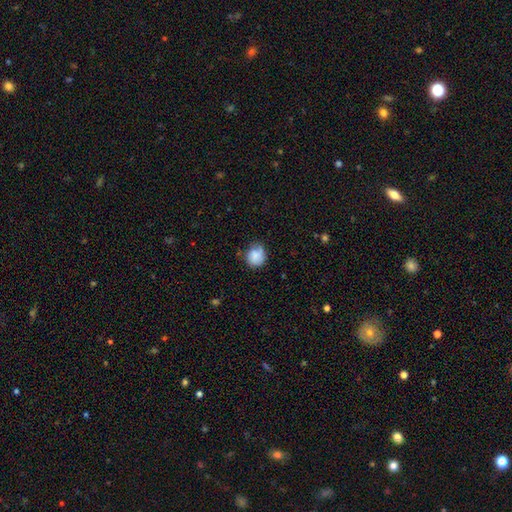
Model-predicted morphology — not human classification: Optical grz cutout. It shows a smooth galaxy with no disk features (72%) that is round (76%). Merging: none (61%).